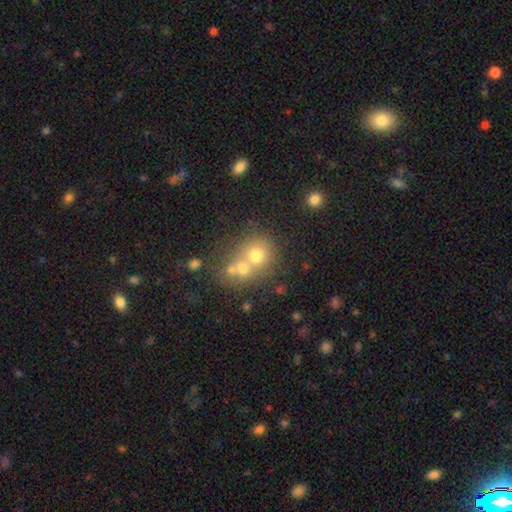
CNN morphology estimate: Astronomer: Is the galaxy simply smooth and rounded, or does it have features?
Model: smooth — 65%.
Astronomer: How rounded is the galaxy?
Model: round — 81%.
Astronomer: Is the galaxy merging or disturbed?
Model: merger — 52% (runner-up: none, 37%).